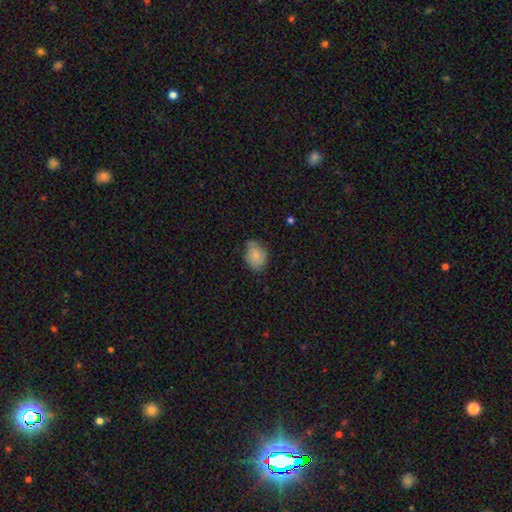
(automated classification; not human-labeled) A smooth galaxy with no disk features (71%) that is in between round and cigar-shaped (64%).

Vote fractions:
- Smooth or featured? smooth: 71% / featured or disk: 21% / star or artifact: 8%
- How rounded? in between: 64% / round: 35% / cigar-shaped: 1%
- Merging? none: 60% / minor disturbance: 31% / major disturbance: 7% / merger: 2%